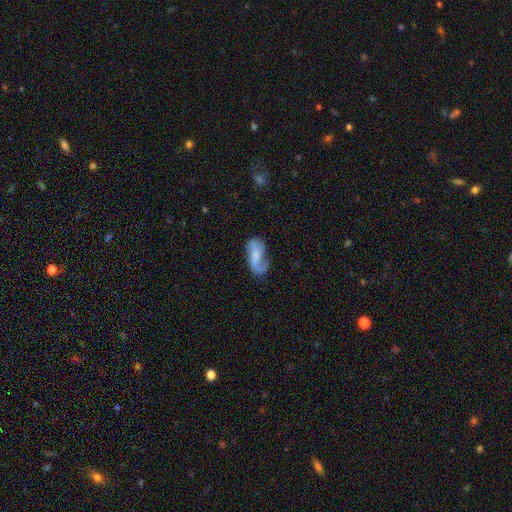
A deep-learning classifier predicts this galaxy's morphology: A featured or disk galaxy (59%) with a weak bar (41%), spiral arms (87%) and no central bulge (36%).

Vote fractions:
- Smooth or featured? featured or disk: 59% / smooth: 33% / star or artifact: 7%
- Edge-on disk? no: 95% / yes: 5%
- Bar? weak: 41% / no: 36% / strong: 24%
- Spiral arms? yes: 87% / no: 13%
- Bulge size? none: 36% / small: 32% / moderate: 24% / large: 7% / dominant: 2%
- Merging? none: 53% / minor disturbance: 26% / major disturbance: 18% / merger: 3%